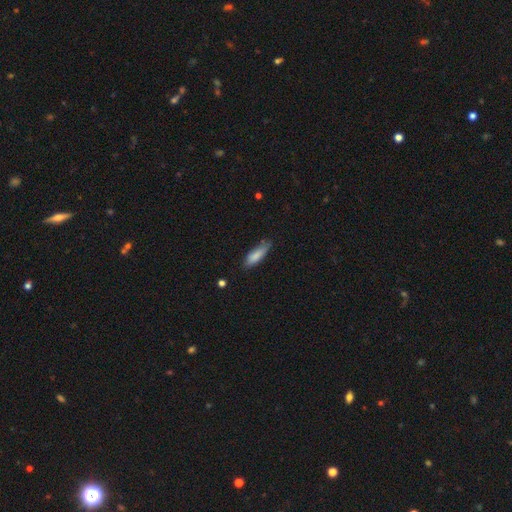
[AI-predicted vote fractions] This is clearly a smooth galaxy (84%). How rounded: possibly cigar-shaped (49%, tied with in between). Merging: likely none (70%).